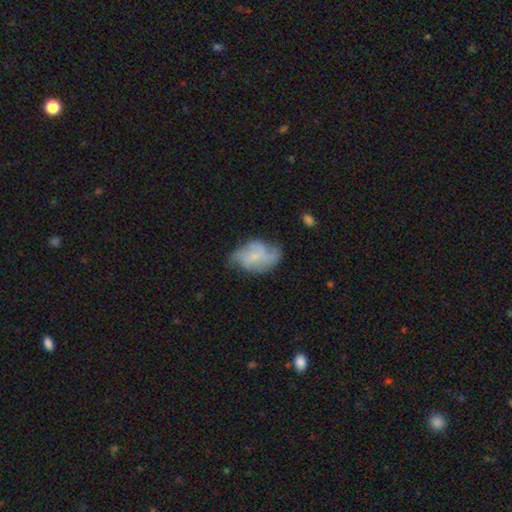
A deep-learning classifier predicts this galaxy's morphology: featured or disk 59%, smooth 33%, star or artifact 7%. Down the decision tree: edge-on disk — no (97%); bar — no (67%); spiral arms — yes (82%); bulge size — small (60%); merging — none (48%).